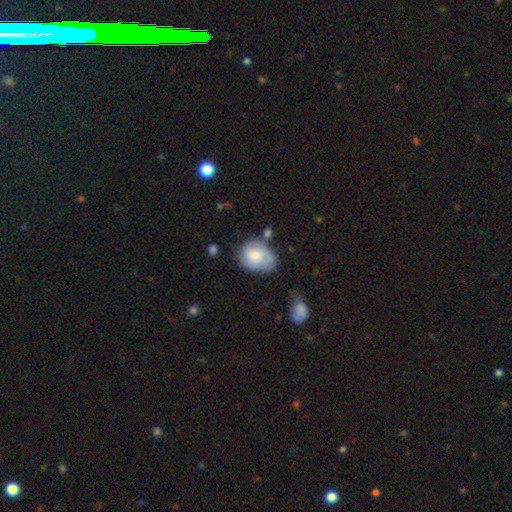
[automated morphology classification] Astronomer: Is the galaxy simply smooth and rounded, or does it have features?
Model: smooth — 67%.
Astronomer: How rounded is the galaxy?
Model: in between — 58% (runner-up: round, 41%).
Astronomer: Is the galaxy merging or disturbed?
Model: none — 52% (runner-up: minor disturbance, 30%).